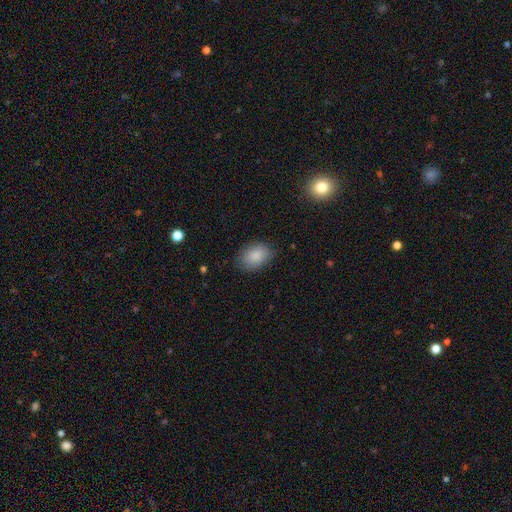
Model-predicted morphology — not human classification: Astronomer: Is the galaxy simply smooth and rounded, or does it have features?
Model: smooth — 87%.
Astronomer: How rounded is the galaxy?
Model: in between — 82%.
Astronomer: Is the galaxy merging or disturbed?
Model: none — 79%.